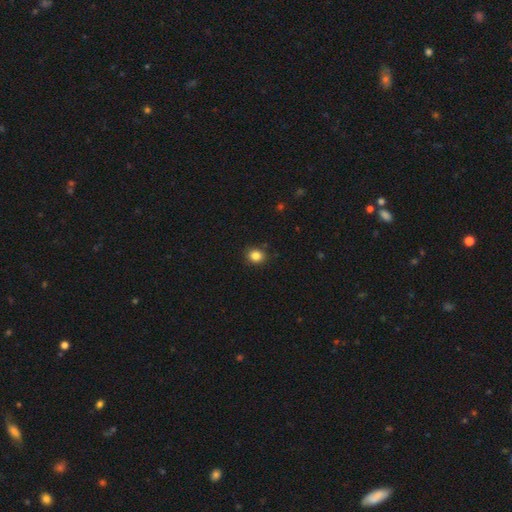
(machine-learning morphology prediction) Smooth or featured? smooth (84%)
How rounded? round (72%)
Merging? none (89%)